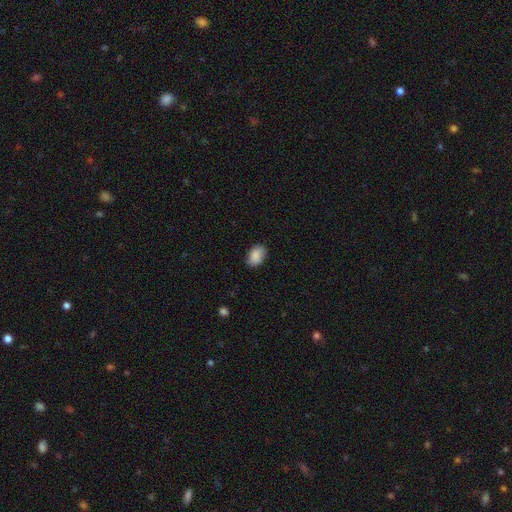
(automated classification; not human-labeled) This appears to be a smooth galaxy with no disk features (89%) that is in between round and cigar-shaped (85%). Merging: none (84%).